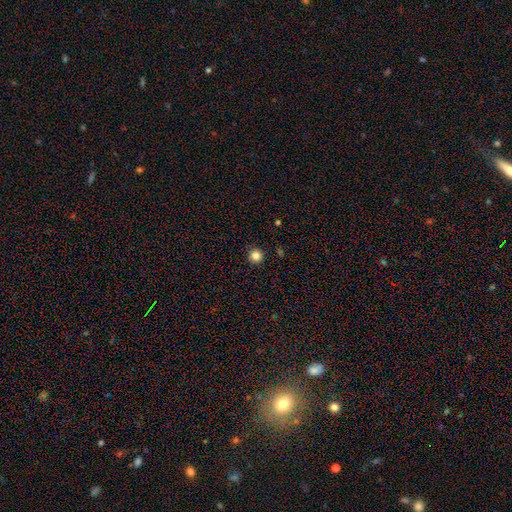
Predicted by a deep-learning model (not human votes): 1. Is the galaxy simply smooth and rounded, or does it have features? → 84% smooth, 12% star or artifact, 4% featured or disk.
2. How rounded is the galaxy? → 96% round, 3% in between, 1% cigar-shaped.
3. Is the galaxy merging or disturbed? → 92% none, 5% minor disturbance, 2% major disturbance, 1% merger.